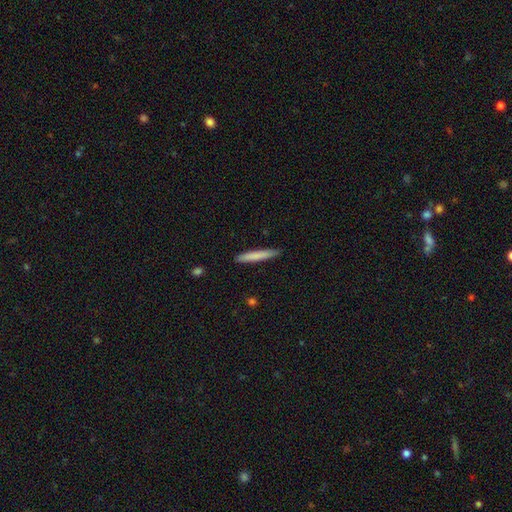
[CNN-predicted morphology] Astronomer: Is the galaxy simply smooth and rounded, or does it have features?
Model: smooth — 78%.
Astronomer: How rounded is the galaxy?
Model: cigar-shaped — 95%.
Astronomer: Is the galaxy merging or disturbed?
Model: none — 88%.